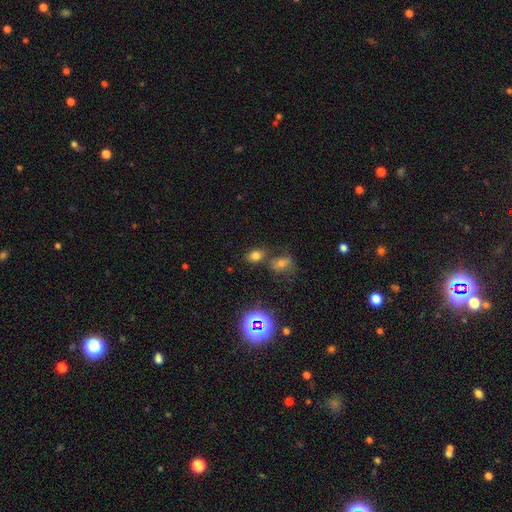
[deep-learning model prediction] Smooth or featured?
  - smooth: 69% *
  - star or artifact: 22%
  - featured or disk: 9%
How rounded?
  - in between: 73% *
  - round: 26%
  - cigar-shaped: 2%
Merging?
  - none: 61% *
  - merger: 23%
  - minor disturbance: 12%
  - major disturbance: 4%